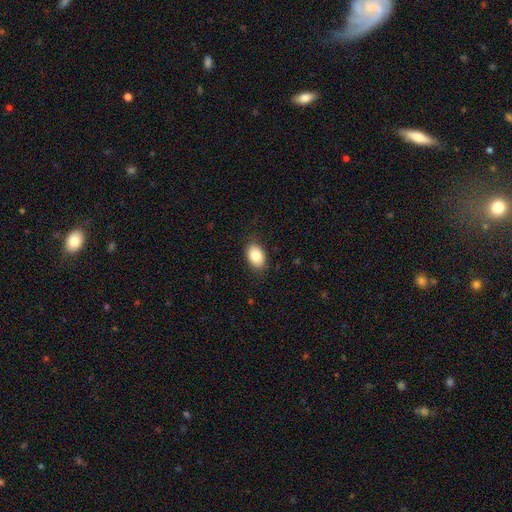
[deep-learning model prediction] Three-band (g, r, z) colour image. It shows a smooth galaxy with no disk features (85%) that is in between round and cigar-shaped (88%). Merging: none (84%).